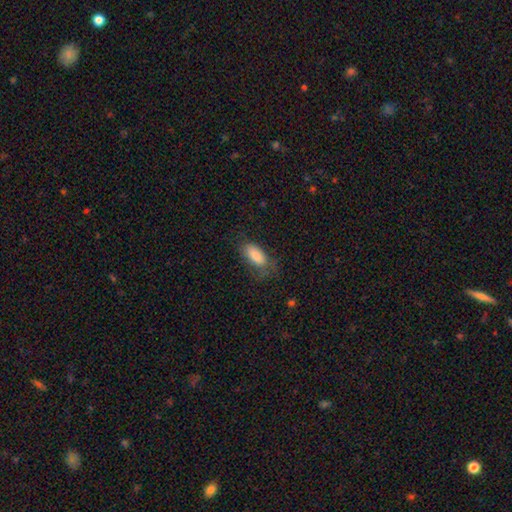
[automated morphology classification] The model was most divided on "merging": none: 61%, minor disturbance: 24%, major disturbance: 13%, merger: 1%. More confident: how rounded — in between (86%); smooth or featured — smooth (81%).